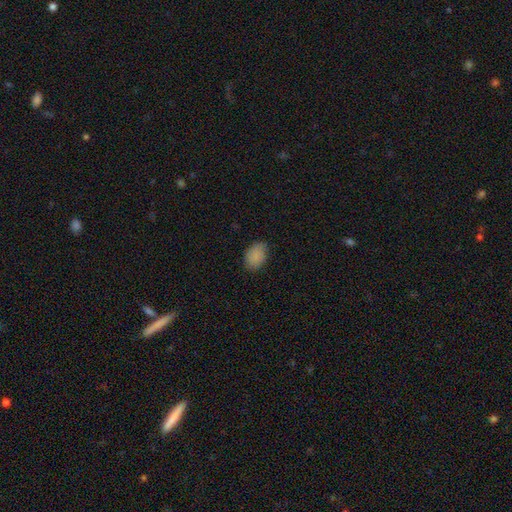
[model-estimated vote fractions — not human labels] The model was most divided on "how rounded": in between: 76%, round: 23%, cigar-shaped: 1%. More confident: smooth or featured — smooth (87%); merging — none (76%).